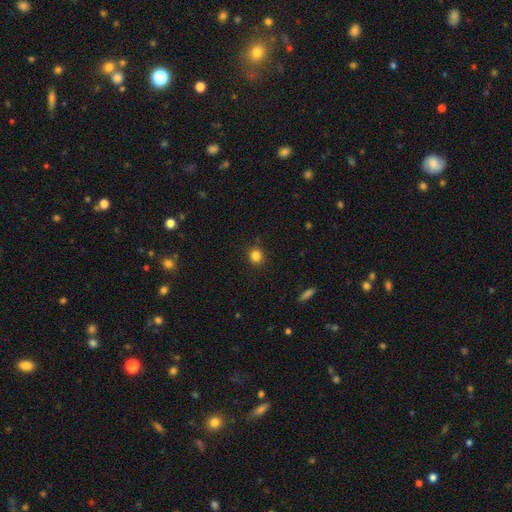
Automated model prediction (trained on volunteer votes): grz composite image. It shows a smooth galaxy with no disk features (84%) that is round (86%). Merging: none (89%).